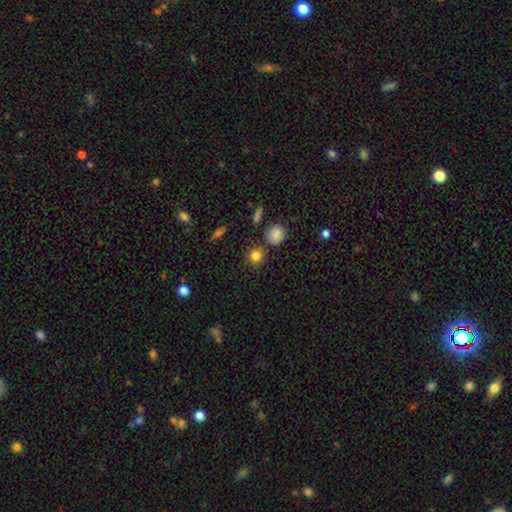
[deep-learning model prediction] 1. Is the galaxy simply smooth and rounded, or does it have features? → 83% smooth, 12% star or artifact, 6% featured or disk.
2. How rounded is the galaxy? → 86% round, 12% in between, 1% cigar-shaped.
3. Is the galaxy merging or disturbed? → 78% none, 10% minor disturbance, 9% merger, 3% major disturbance.